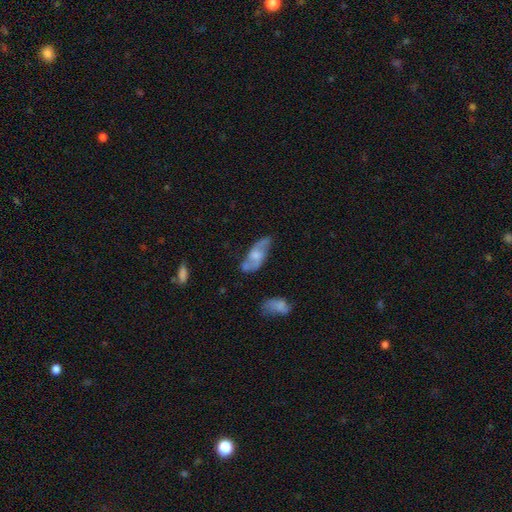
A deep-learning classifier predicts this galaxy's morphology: Smooth or featured: featured or disk — 59% (smooth — 34%)
Edge-on disk: no — 83% (yes — 17%)
Merging: none — 62% (minor disturbance — 24%)